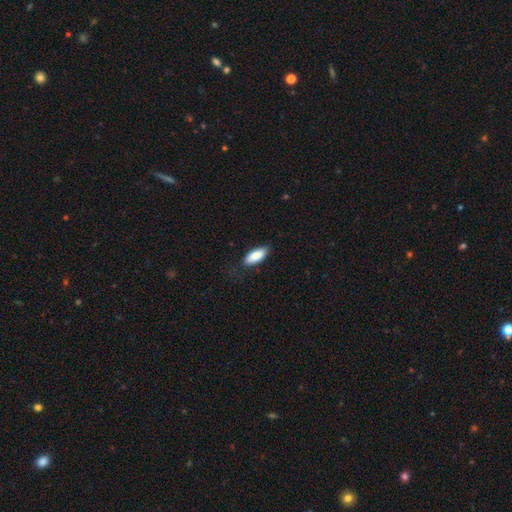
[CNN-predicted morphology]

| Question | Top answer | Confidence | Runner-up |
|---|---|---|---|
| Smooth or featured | smooth | 87% | featured or disk (7%) |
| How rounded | in between | 85% | cigar-shaped (13%) |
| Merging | none | 77% | minor disturbance (18%) |